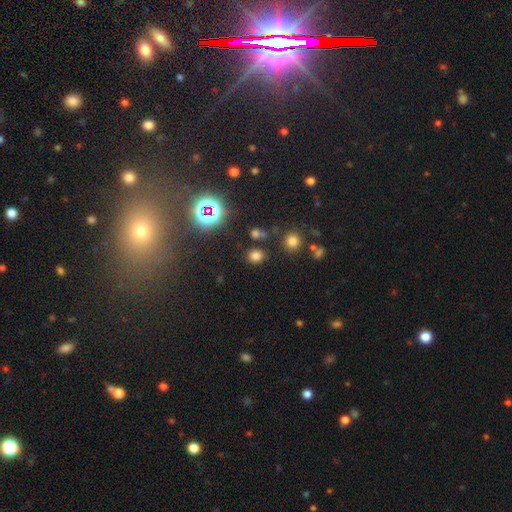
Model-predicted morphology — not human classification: A smooth galaxy with no disk features (70%) that is round (67%). Merging: none (83%).